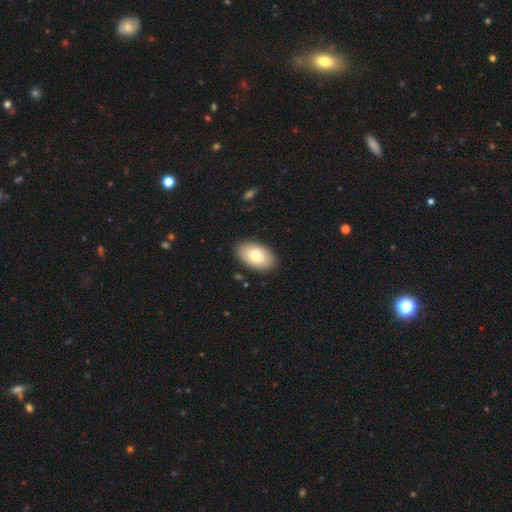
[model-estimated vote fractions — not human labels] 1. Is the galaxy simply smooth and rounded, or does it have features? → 79% smooth, 15% featured or disk, 6% star or artifact.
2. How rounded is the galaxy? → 94% in between, 4% round, 1% cigar-shaped.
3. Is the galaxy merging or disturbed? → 88% none, 9% minor disturbance, 2% major disturbance, 1% merger.